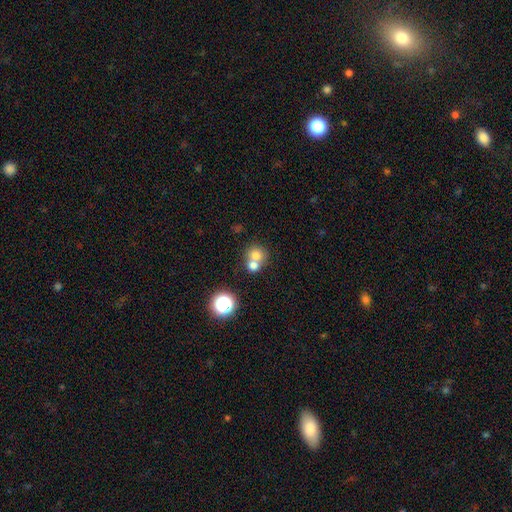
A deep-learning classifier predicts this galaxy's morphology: smooth-or-featured: smooth: 72% | featured or disk: 14% | star or artifact: 14%
  how-rounded: round: 83% | in between: 16% | cigar-shaped: 1%
  merging: merger: 56% | none: 37% | minor disturbance: 5% | major disturbance: 2%